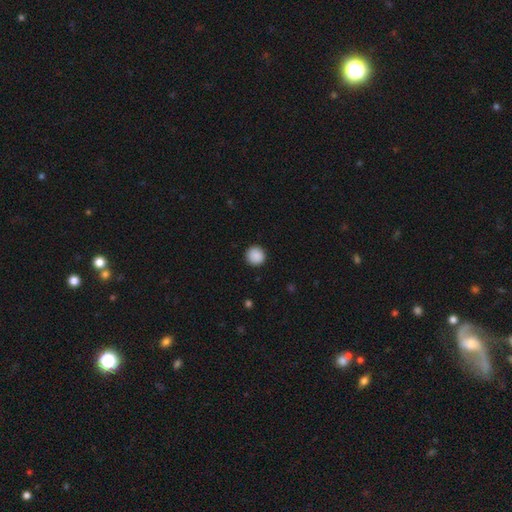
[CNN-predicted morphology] Smooth or featured?
  - smooth: 89% *
  - star or artifact: 8%
  - featured or disk: 2%
How rounded?
  - round: 95% *
  - in between: 4%
  - cigar-shaped: 1%
Merging?
  - none: 92% *
  - minor disturbance: 5%
  - major disturbance: 2%
  - merger: 1%